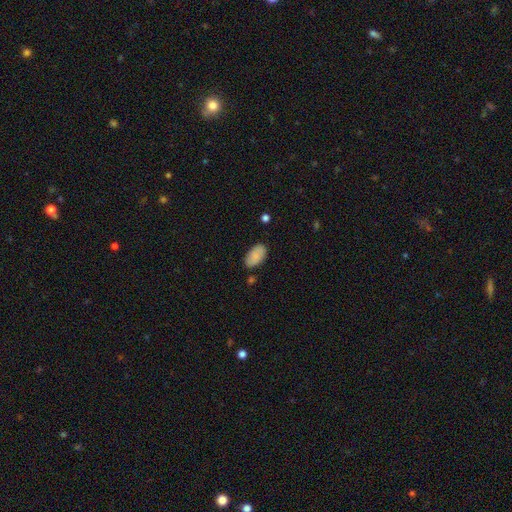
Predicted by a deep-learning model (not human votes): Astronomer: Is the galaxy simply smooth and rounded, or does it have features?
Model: smooth — 85%.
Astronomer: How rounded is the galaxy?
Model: in between — 95%.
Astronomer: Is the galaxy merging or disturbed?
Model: none — 79%.